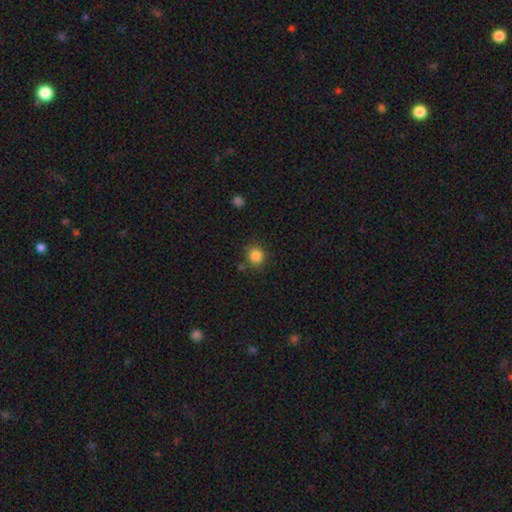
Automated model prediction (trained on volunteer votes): A smooth galaxy with no disk features (85%) that is round (87%). Merging: none (81%).